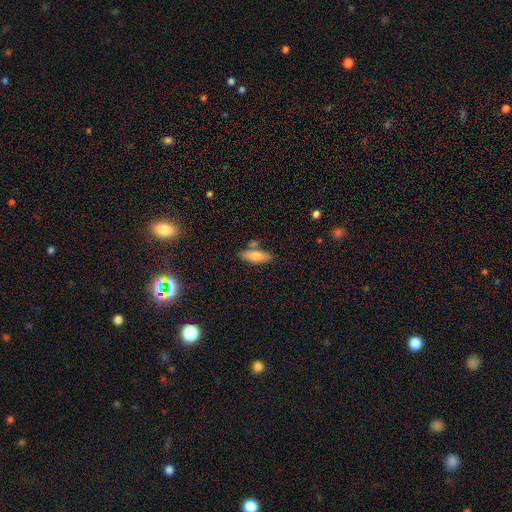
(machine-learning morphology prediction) smooth 73%, featured or disk 20%, star or artifact 7%. Down the decision tree: how rounded — in between (53%); merging — none (75%).